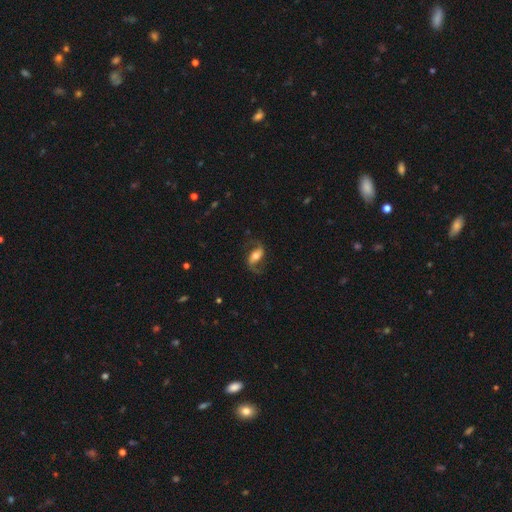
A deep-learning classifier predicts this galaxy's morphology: Smooth or featured? Predicted: featured or disk (p=0.72). Edge-on disk? Predicted: no (p=0.93). Bar? Predicted: strong (p=0.37). Spiral arms? Predicted: yes (p=0.92). Spiral winding? Predicted: loose (p=0.60). Spiral arm count? Predicted: 2 (p=0.91). Bulge size? Predicted: moderate (p=0.59). Merging? Predicted: none (p=0.72).